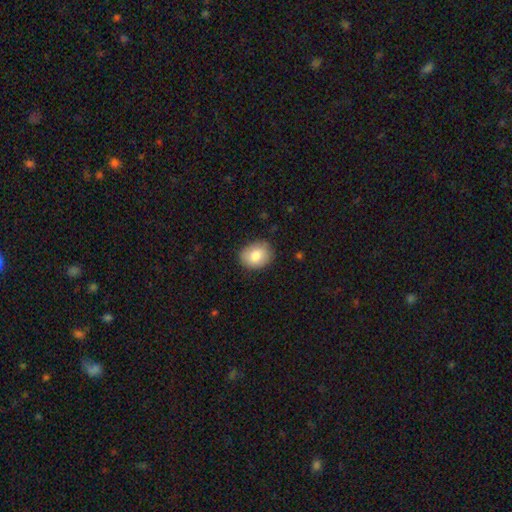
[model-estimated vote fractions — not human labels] smooth 82%, featured or disk 11%, star or artifact 7%. Down the decision tree: how rounded — in between (56%); merging — none (85%).